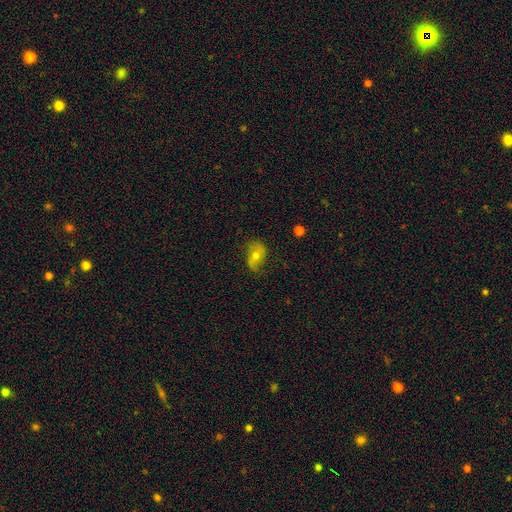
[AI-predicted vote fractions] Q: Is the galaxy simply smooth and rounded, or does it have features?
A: smooth — 48%.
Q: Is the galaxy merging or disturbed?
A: none — 68%.